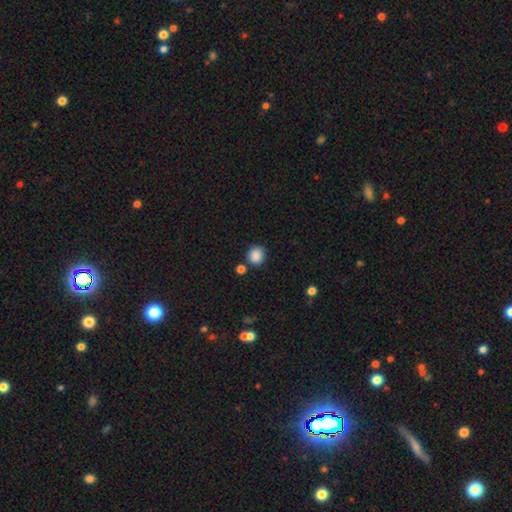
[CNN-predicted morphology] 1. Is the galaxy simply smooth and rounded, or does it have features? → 87% smooth, 10% star or artifact, 3% featured or disk.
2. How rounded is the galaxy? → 86% round, 13% in between, 1% cigar-shaped.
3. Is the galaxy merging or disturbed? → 81% none, 9% minor disturbance, 6% merger, 3% major disturbance.